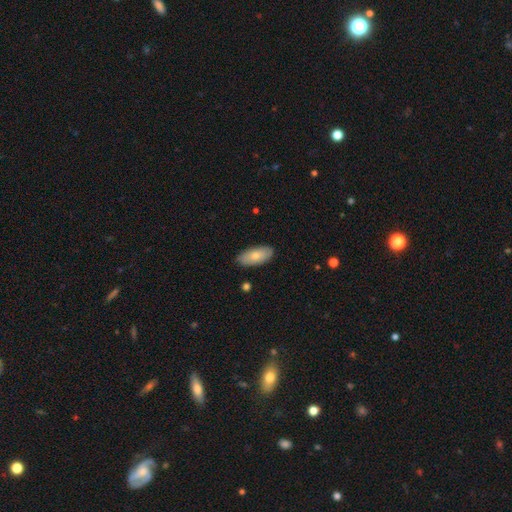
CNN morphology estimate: The model was most divided on "smooth or featured": smooth: 74%, featured or disk: 20%, star or artifact: 6%. More confident: how rounded — in between (91%); merging — none (85%).